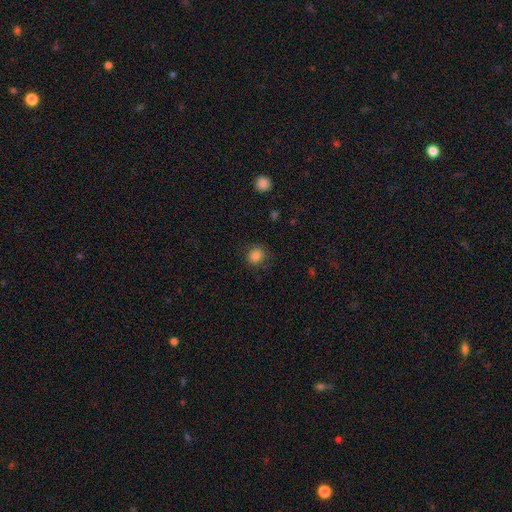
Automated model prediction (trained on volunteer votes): Q: Smooth or featured?
A: smooth (85%); runner-up: star or artifact (11%)
Q: How rounded?
A: round (85%); runner-up: in between (14%)
Q: Merging?
A: none (82%); runner-up: minor disturbance (12%)